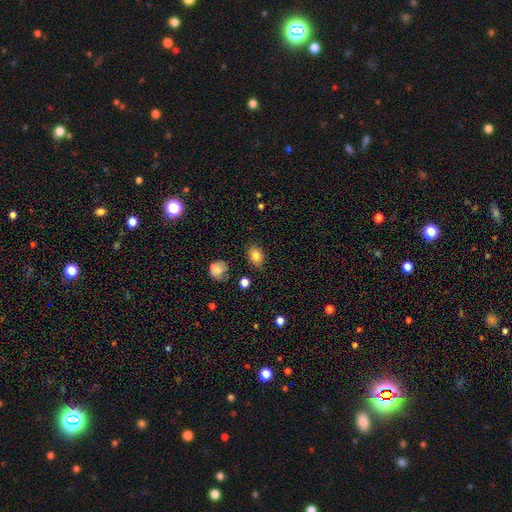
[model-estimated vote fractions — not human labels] The model was most divided on "how rounded": in between: 73%, round: 26%, cigar-shaped: 1%. More confident: merging — none (83%); smooth or featured — smooth (83%).